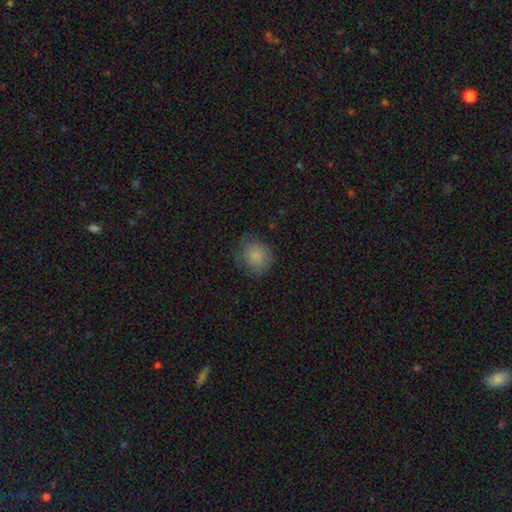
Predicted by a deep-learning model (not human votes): Smooth or featured: smooth — 82% (star or artifact — 9%)
How rounded: round — 81% (in between — 18%)
Merging: none — 73% (minor disturbance — 19%)